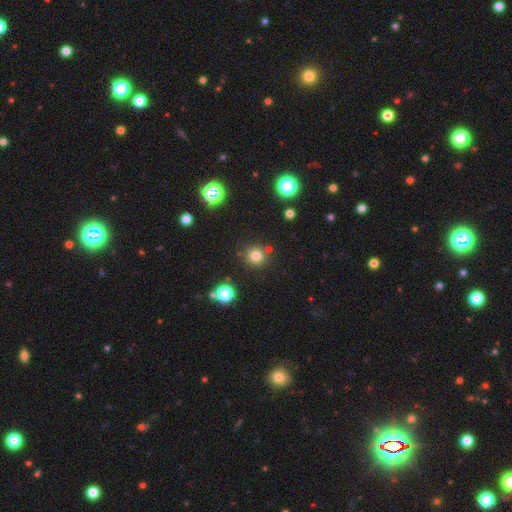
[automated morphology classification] Smooth or featured: smooth — 78% (star or artifact — 16%)
How rounded: round — 93% (in between — 6%)
Merging: none — 84% (minor disturbance — 7%)